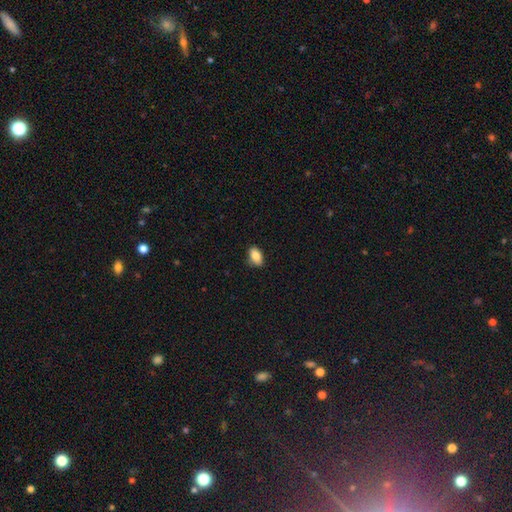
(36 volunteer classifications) smooth-or-featured: smooth: 89% | featured or disk: 11% | star or artifact: 0%
  how-rounded: in between: 94% | round: 3% | cigar-shaped: 3%
  merging: none: 67% | minor disturbance: 33% | major disturbance: 0% | merger: 0%